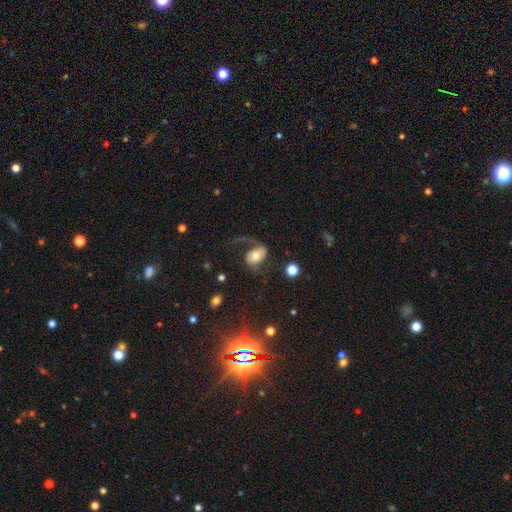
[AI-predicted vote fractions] smooth_or_featured: featured or disk (p=0.65) [alt: smooth p=0.28]
disk_edge_on: no (p=0.96) [alt: yes p=0.04]
bar: no (p=0.60) [alt: weak p=0.27]
has_spiral_arms: yes (p=0.85) [alt: no p=0.15]
spiral_winding: loose (p=0.68) [alt: medium p=0.25]
spiral_arm_count: 2 (p=0.71) [alt: 1 p=0.23]
bulge_size: moderate (p=0.68) [alt: large p=0.15]
merging: none (p=0.46) [alt: major disturbance p=0.34]